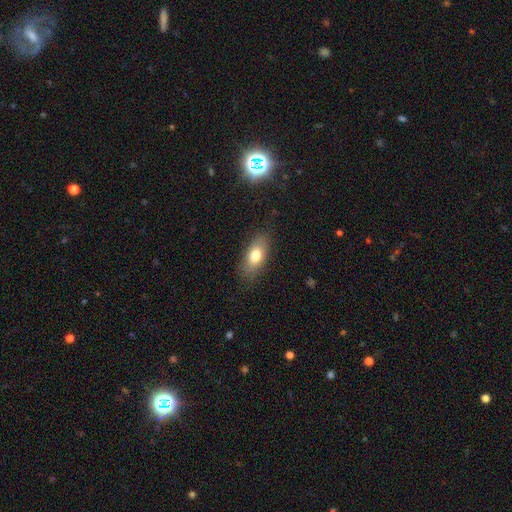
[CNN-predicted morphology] This is likely a smooth galaxy (76%). How rounded: clearly in between (85%). Merging: clearly none (81%).